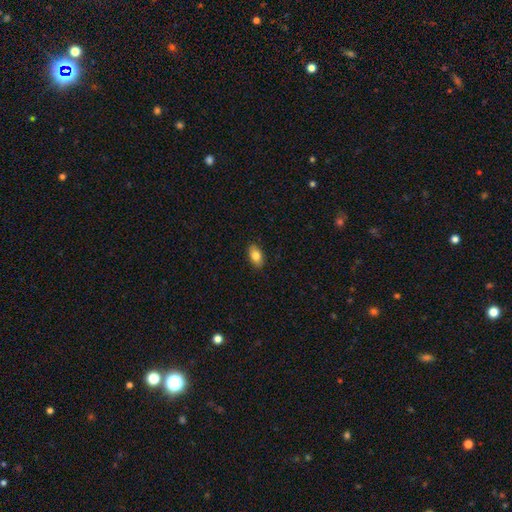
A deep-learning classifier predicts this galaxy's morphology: A smooth galaxy with no disk features (81%) that is in between round and cigar-shaped (91%).

Vote fractions:
- Smooth or featured? smooth: 81% / featured or disk: 11% / star or artifact: 8%
- How rounded? in between: 91% / round: 6% / cigar-shaped: 3%
- Merging? none: 89% / minor disturbance: 9% / major disturbance: 2% / merger: 1%